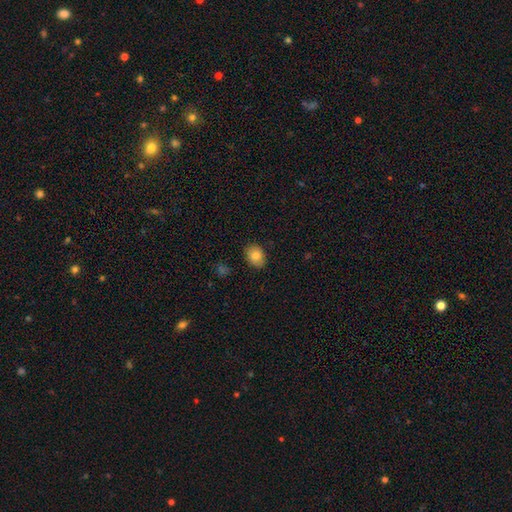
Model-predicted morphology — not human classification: The model was most divided on "how rounded": in between: 59%, round: 40%, cigar-shaped: 1%. More confident: merging — none (86%); smooth or featured — smooth (82%).